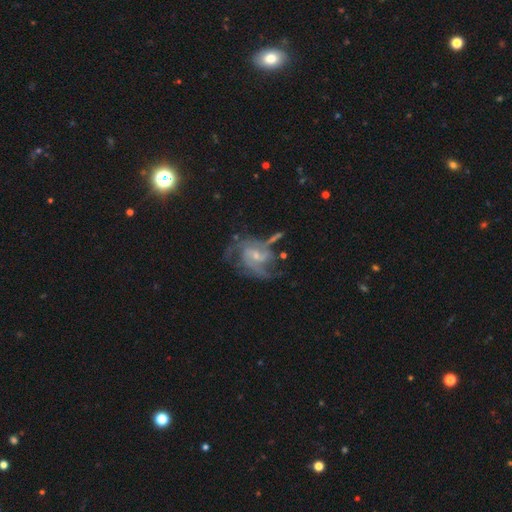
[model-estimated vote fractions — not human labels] Q: Smooth or featured?
A: featured or disk (84%); runner-up: smooth (9%)
Q: Edge-on disk?
A: no (97%); runner-up: yes (3%)
Q: Bar?
A: weak (47%); runner-up: no (42%)
Q: Spiral arms?
A: yes (93%); runner-up: no (7%)
Q: Spiral winding?
A: medium (50%); runner-up: tight (29%)
Q: Spiral arm count?
A: 2 (43%); runner-up: 3 (23%)
Q: Bulge size?
A: small (62%); runner-up: moderate (30%)
Q: Merging?
A: none (47%); runner-up: major disturbance (23%)